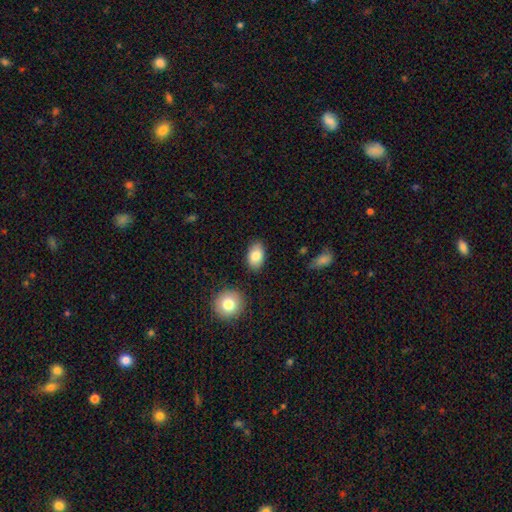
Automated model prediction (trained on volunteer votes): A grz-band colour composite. It shows a smooth galaxy with no disk features (83%) that is in between round and cigar-shaped (89%). Merging: none (85%).